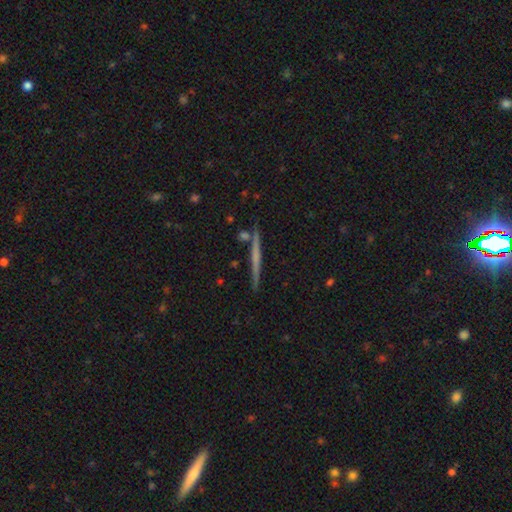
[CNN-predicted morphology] Smooth or featured? Predicted: featured or disk (p=0.60). Edge-on disk? Predicted: yes (p=0.98). Edge-on bulge? Predicted: none (p=0.78). Merging? Predicted: none (p=0.89).